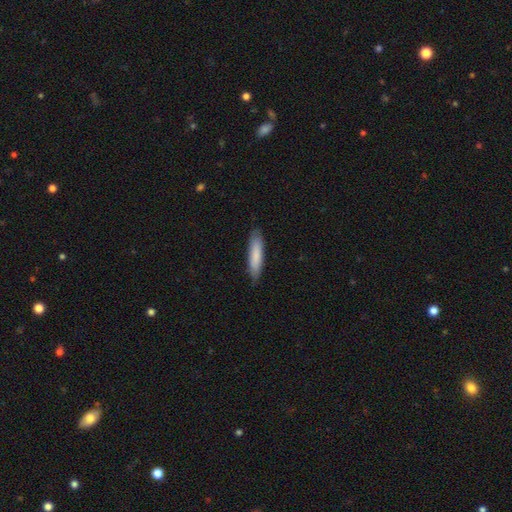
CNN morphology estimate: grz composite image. It shows a smooth galaxy with no disk features (83%) that is cigar-shaped (77%). Merging: none (85%).